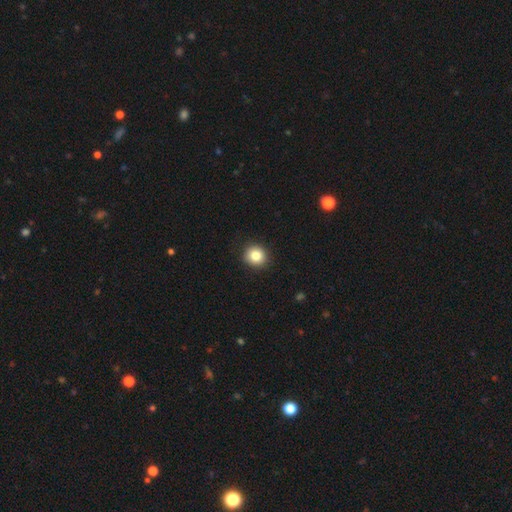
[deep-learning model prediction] smooth 84%, star or artifact 10%, featured or disk 6%. Down the decision tree: how rounded — round (88%); merging — none (91%).